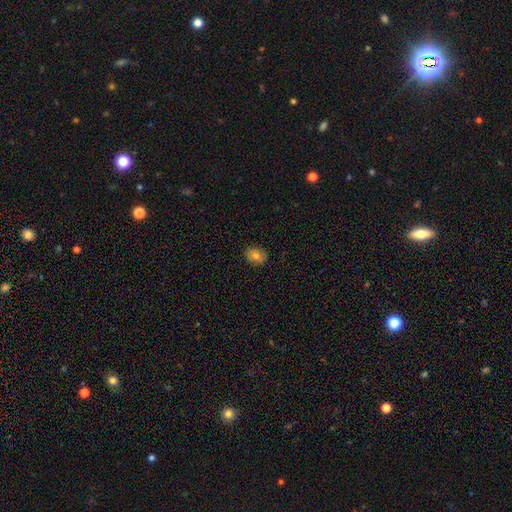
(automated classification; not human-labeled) Smooth or featured? Predicted: smooth (p=0.73). How rounded? Predicted: in between (p=0.54). Merging? Predicted: none (p=0.85).